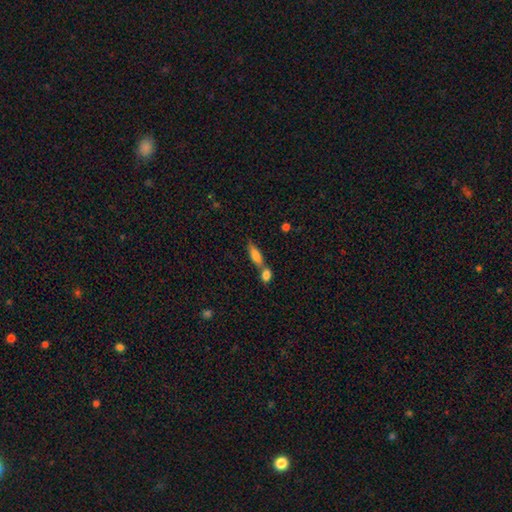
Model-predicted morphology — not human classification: Smooth or featured? smooth (75%)
How rounded? in between (57%)
Merging? merger (51%)